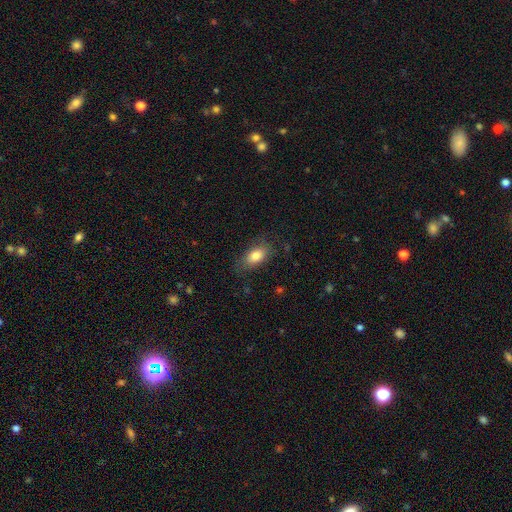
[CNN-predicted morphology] Smooth or featured?
  - smooth: 80% *
  - featured or disk: 12%
  - star or artifact: 8%
How rounded?
  - in between: 88% *
  - round: 7%
  - cigar-shaped: 4%
Merging?
  - none: 75% *
  - minor disturbance: 18%
  - major disturbance: 6%
  - merger: 1%